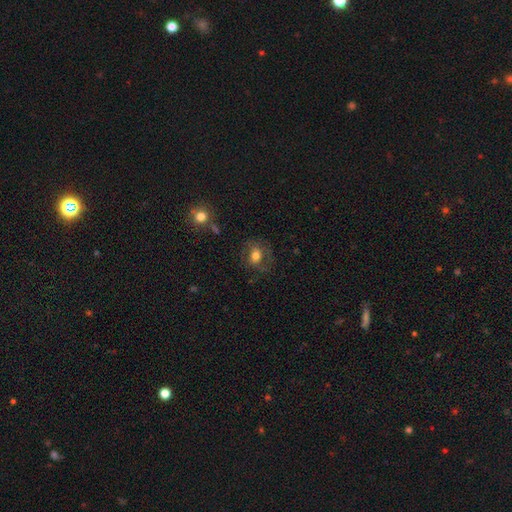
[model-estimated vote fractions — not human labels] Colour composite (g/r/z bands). It shows a smooth galaxy with no disk features (55%) that is round (55%). Merging: none (65%).